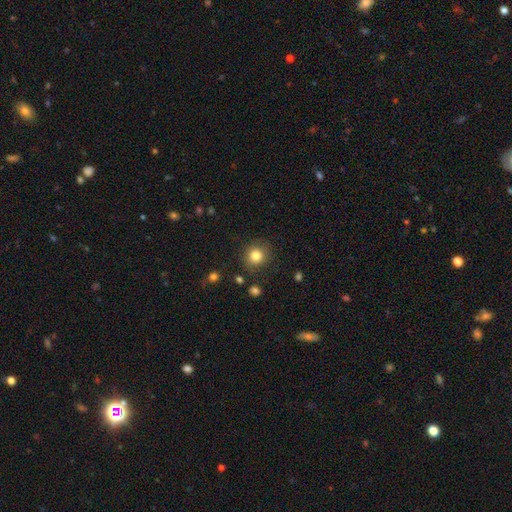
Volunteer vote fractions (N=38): Smooth or featured? smooth (95%)
How rounded? round (97%)
Merging? none (92%)